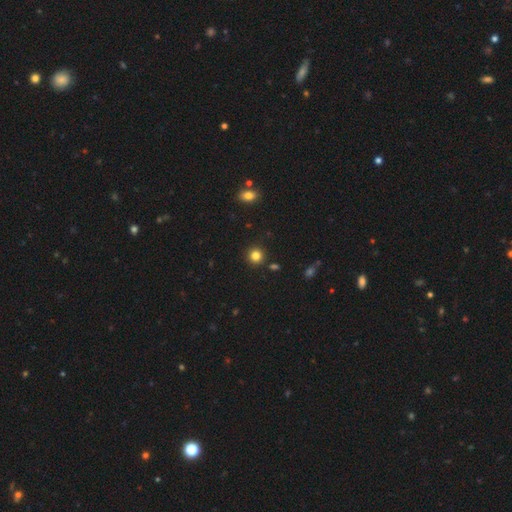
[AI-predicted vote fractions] Q: Smooth or featured?
A: smooth (83%); runner-up: star or artifact (13%)
Q: How rounded?
A: round (92%); runner-up: in between (7%)
Q: Merging?
A: none (90%); runner-up: minor disturbance (5%)